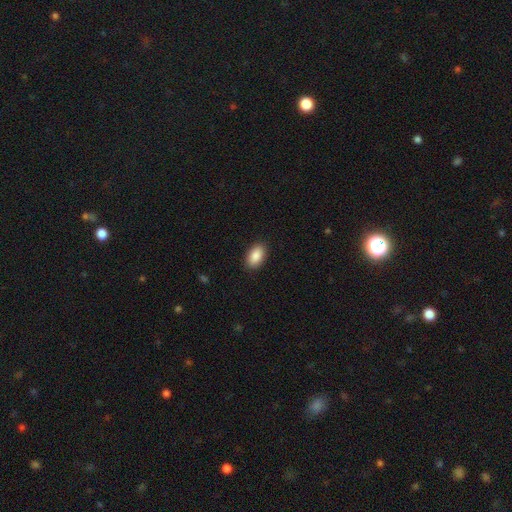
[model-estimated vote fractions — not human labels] Overall: smooth (89%). How rounded: in between (93%). Merging: none (90%).